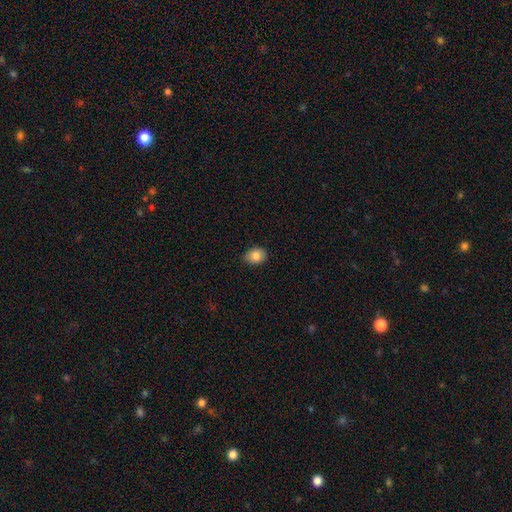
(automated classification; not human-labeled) smooth_or_featured: smooth (p=0.86) [alt: star or artifact p=0.08]
how_rounded: in between (p=0.64) [alt: round p=0.35]
merging: none (p=0.83) [alt: minor disturbance p=0.14]